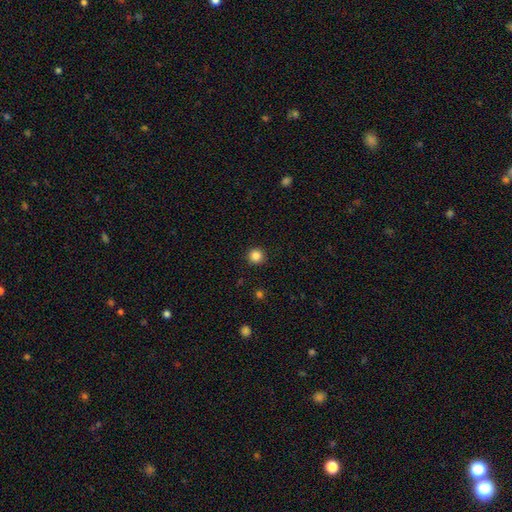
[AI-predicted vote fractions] This is clearly a smooth galaxy (86%). How rounded: clearly round (95%). Merging: clearly none (92%).